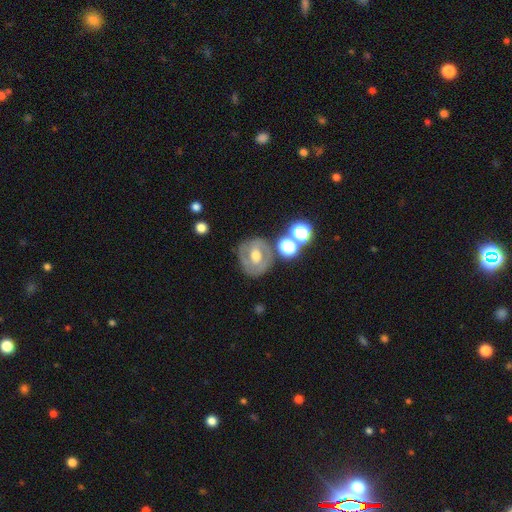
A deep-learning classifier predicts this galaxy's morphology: A featured or disk galaxy (62%) with no bar (39%, tied with weak), spiral arms (52%) and a moderate central bulge (71%).

Vote fractions:
- Smooth or featured? featured or disk: 62% / smooth: 29% / star or artifact: 10%
- Edge-on disk? no: 96% / yes: 4%
- Bar? no: 39% (tied) / weak: 39% (tied) / strong: 22%
- Spiral arms? yes: 52% / no: 48%
- Bulge size? moderate: 71% / small: 14% / large: 13% / none: 2% / dominant: 1%
- Merging? none: 71% / minor disturbance: 14% / merger: 8% / major disturbance: 6%